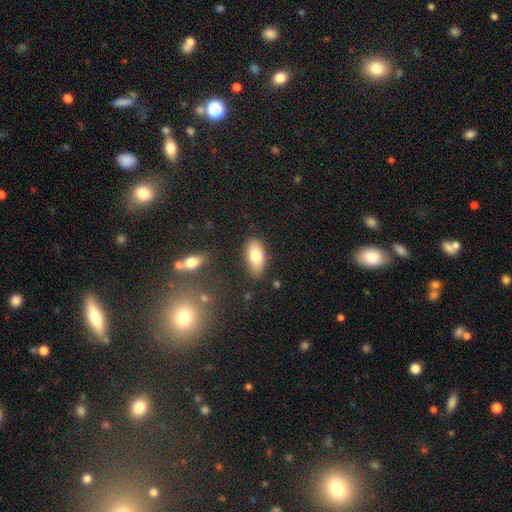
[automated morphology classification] Smooth or featured? smooth (77%)
How rounded? in between (90%)
Merging? none (81%)